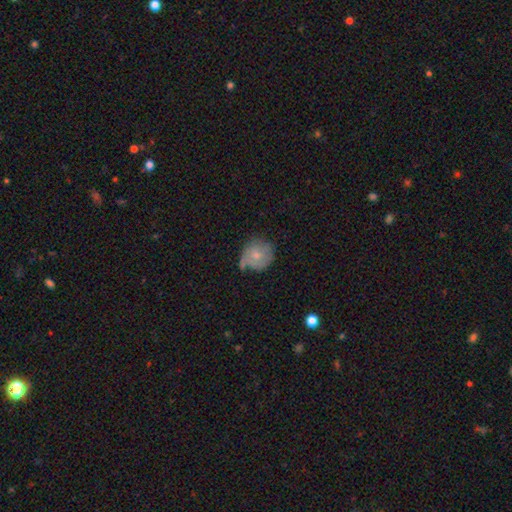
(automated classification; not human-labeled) The model was most divided on "merging": none: 50%, minor disturbance: 33%, major disturbance: 10%, merger: 6%. More confident: how rounded — round (82%); smooth or featured — smooth (64%).